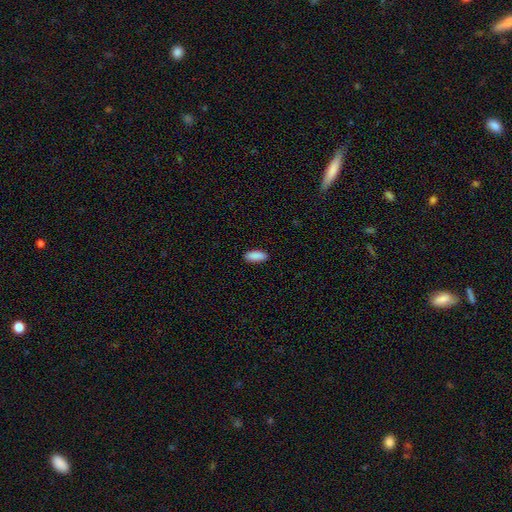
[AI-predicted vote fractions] Smooth or featured? smooth (90%)
How rounded? in between (81%)
Merging? none (89%)